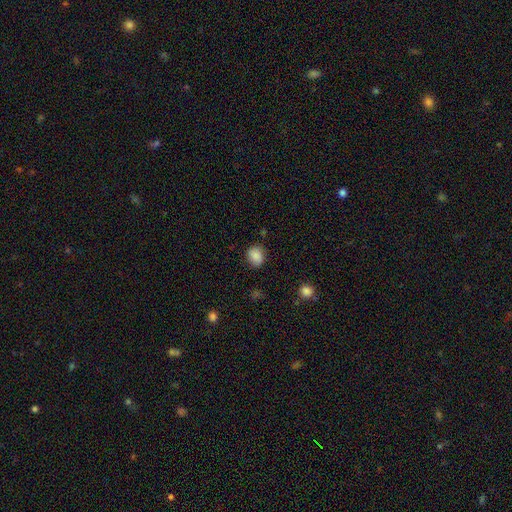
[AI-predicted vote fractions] This appears to be a smooth galaxy with no disk features (85%) that is round (61%). Merging: none (79%).